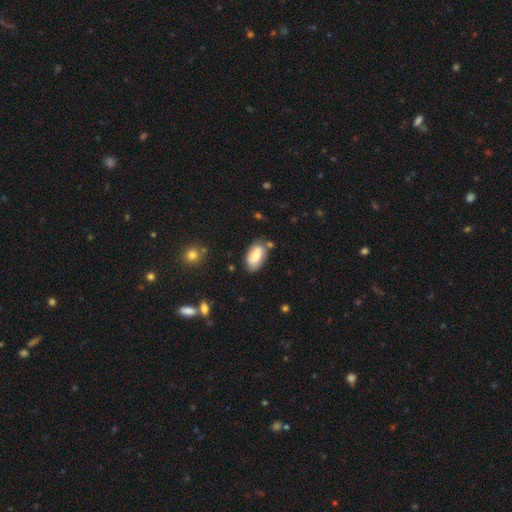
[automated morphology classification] Smooth or featured?
  - smooth: 72% *
  - featured or disk: 21%
  - star or artifact: 7%
How rounded?
  - in between: 93% *
  - round: 4%
  - cigar-shaped: 3%
Merging?
  - none: 73% *
  - minor disturbance: 18%
  - merger: 5%
  - major disturbance: 4%